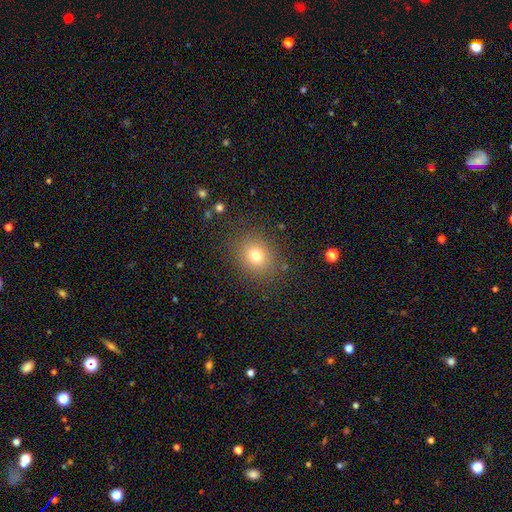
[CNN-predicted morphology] A smooth galaxy with no disk features (75%) that is round (69%). Merging: none (85%).